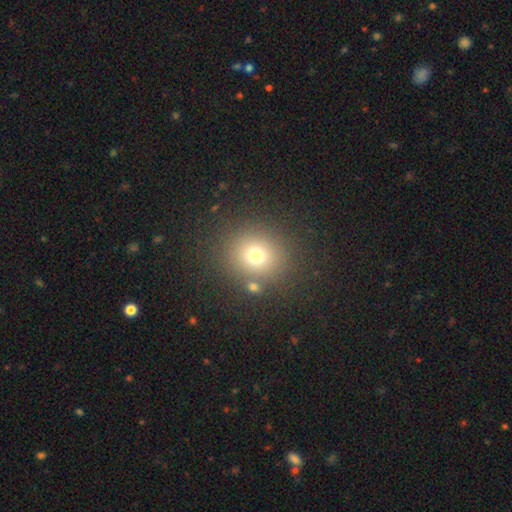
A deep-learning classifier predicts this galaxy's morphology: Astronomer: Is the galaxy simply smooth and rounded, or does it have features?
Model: smooth — 71%.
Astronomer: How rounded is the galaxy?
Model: round — 83%.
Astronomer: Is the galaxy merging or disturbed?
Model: none — 80%.